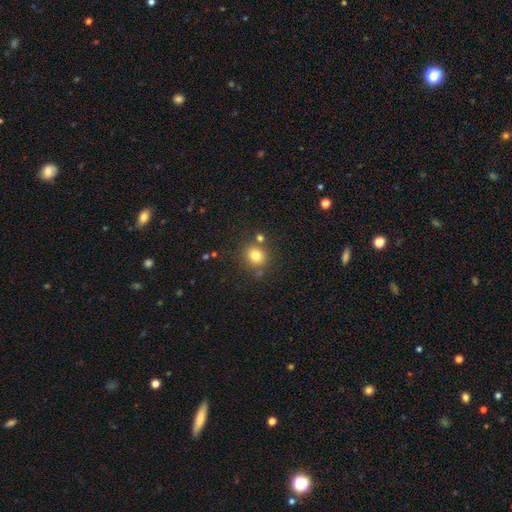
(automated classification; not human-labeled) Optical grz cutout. It shows a smooth galaxy with no disk features (79%) that is round (76%). Merging: none (76%).